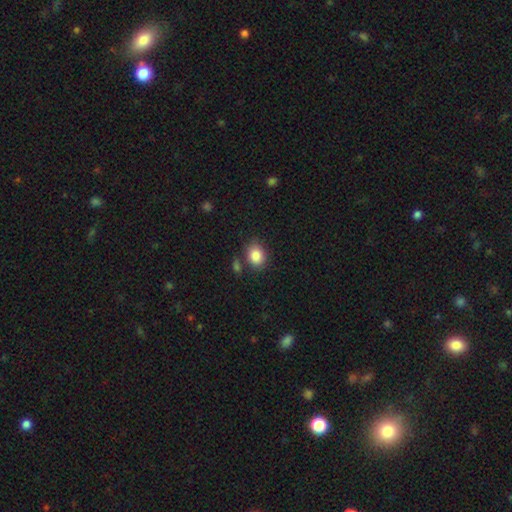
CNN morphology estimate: Overall: smooth (86%). How rounded: round (52%; in between 47%). Merging: none (75%).